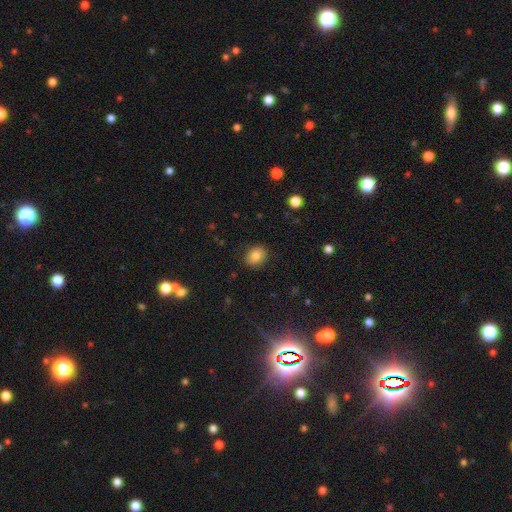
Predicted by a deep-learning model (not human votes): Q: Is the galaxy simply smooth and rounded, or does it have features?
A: smooth — 81%.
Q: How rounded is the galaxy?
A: round — 53%.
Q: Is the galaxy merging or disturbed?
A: none — 87%.